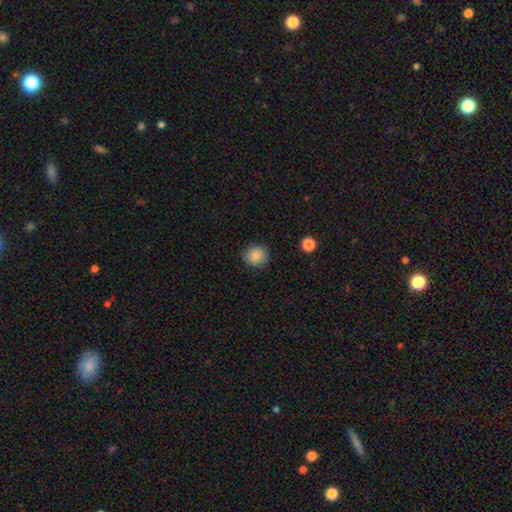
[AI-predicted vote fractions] A smooth galaxy with no disk features (87%) that is round (89%). Merging: none (88%).